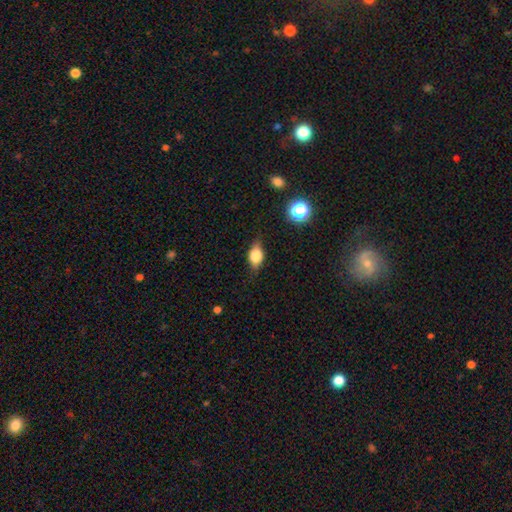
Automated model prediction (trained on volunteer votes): smooth-or-featured: smooth: 64% | featured or disk: 26% | star or artifact: 10%
  how-rounded: in between: 73% | round: 19% | cigar-shaped: 8%
  merging: none: 77% | minor disturbance: 17% | major disturbance: 4% | merger: 2%